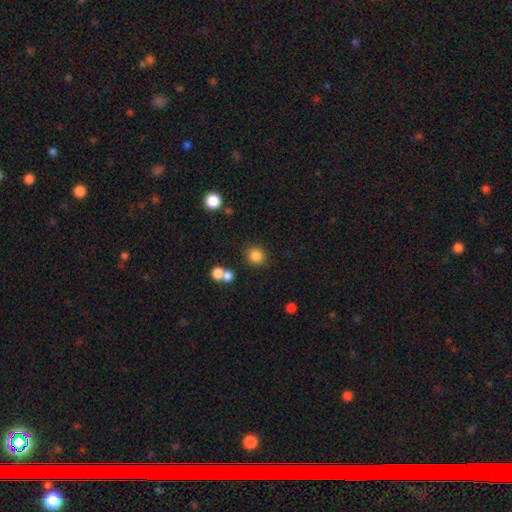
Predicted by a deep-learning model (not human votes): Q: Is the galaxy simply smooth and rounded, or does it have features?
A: smooth — 84%.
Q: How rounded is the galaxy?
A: round — 87%.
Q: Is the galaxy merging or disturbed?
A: none — 82%.